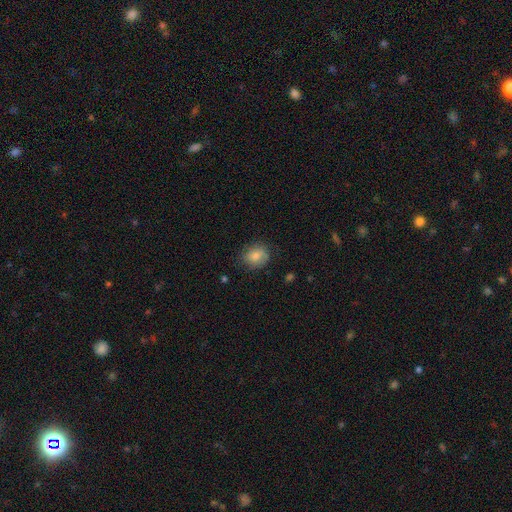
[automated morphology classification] Q: Smooth or featured?
A: smooth (76%); runner-up: featured or disk (16%)
Q: How rounded?
A: round (64%); runner-up: in between (35%)
Q: Merging?
A: none (72%); runner-up: minor disturbance (21%)